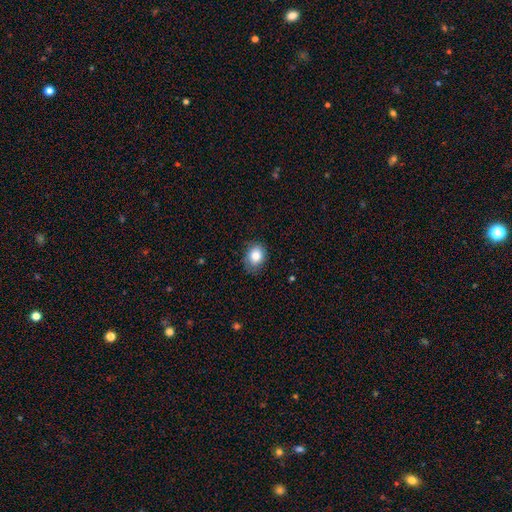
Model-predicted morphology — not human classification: Smooth or featured? smooth (82%)
How rounded? in between (57%)
Merging? none (76%)